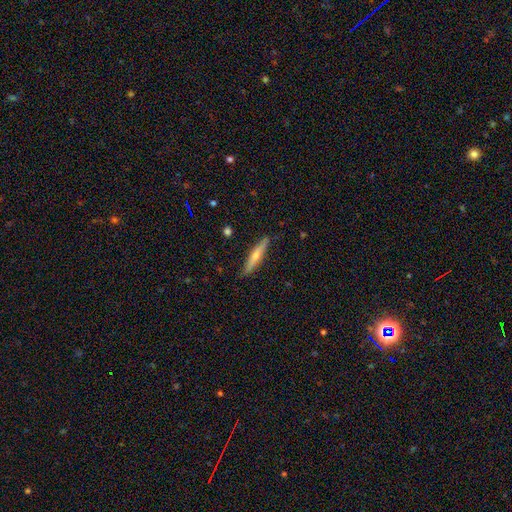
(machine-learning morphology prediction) Smooth or featured: smooth — 53% (featured or disk — 42%)
How rounded: cigar-shaped — 91% (in between — 7%)
Merging: none — 87% (minor disturbance — 10%)